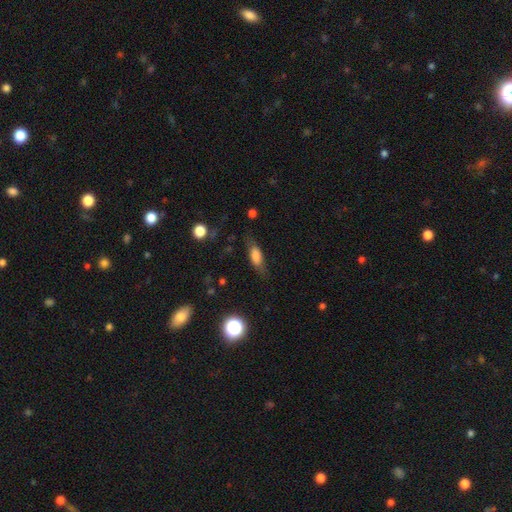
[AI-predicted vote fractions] smooth 70%, featured or disk 21%, star or artifact 9%. Down the decision tree: how rounded — in between (67%); merging — none (67%).